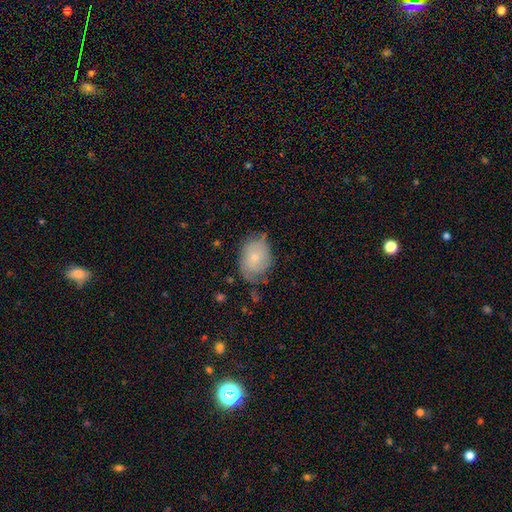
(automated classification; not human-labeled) Q: Smooth or featured?
A: smooth (61%); runner-up: featured or disk (32%)
Q: How rounded?
A: in between (65%); runner-up: round (34%)
Q: Merging?
A: none (54%); runner-up: minor disturbance (33%)